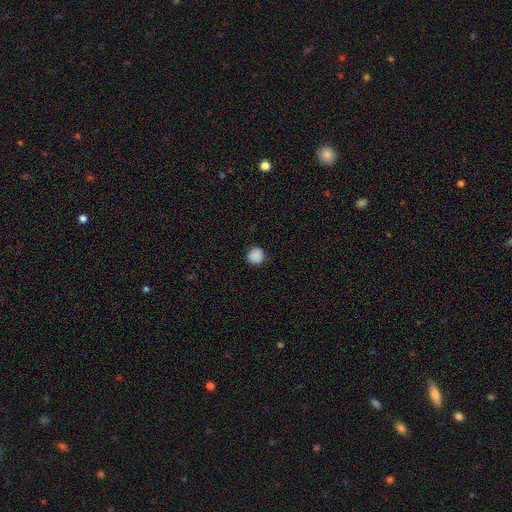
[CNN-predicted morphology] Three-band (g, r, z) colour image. It shows a smooth galaxy with no disk features (88%) that is round (94%). Merging: none (89%).